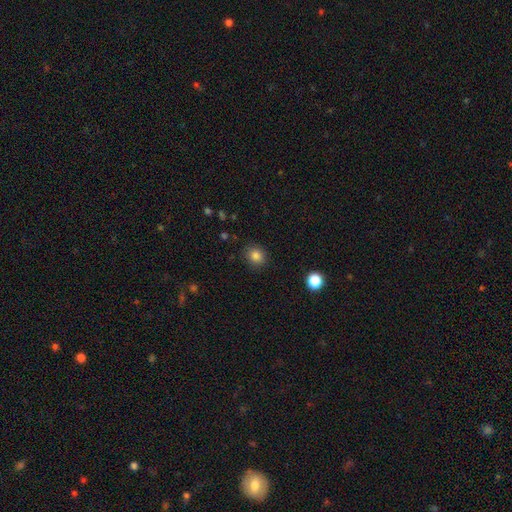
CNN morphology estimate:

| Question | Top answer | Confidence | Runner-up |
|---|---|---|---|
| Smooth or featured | smooth | 84% | star or artifact (11%) |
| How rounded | round | 74% | in between (26%) |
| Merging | none | 88% | minor disturbance (9%) |